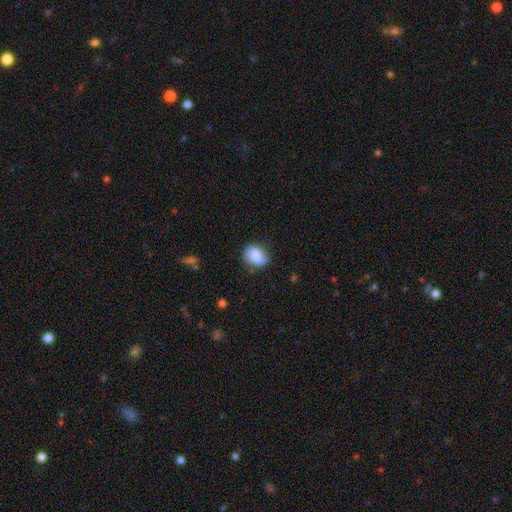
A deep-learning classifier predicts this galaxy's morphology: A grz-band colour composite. It shows a smooth galaxy with no disk features (82%) that is in between round and cigar-shaped (60%). Merging: none (70%).